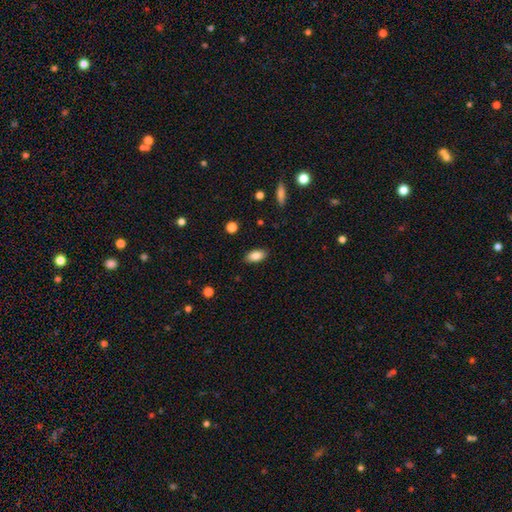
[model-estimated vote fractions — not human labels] This is clearly a smooth galaxy (84%). How rounded: clearly in between (90%). Merging: clearly none (87%).